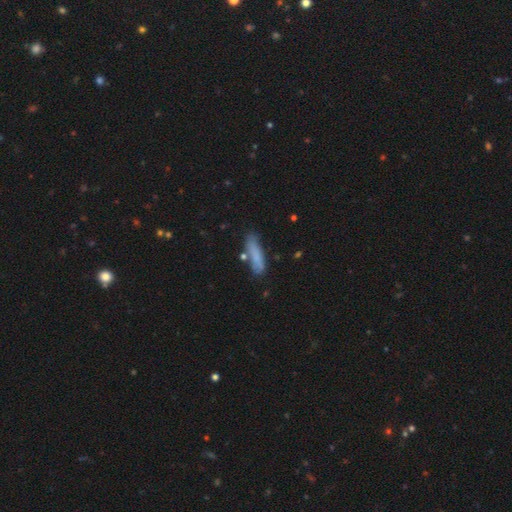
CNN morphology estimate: Smooth or featured? Predicted: smooth (p=0.77). How rounded? Predicted: cigar-shaped (p=0.74). Merging? Predicted: none (p=0.72).